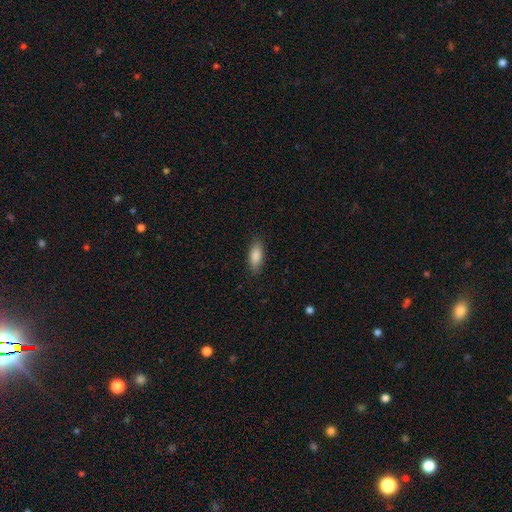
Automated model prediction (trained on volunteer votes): smooth_or_featured: smooth (p=0.86) [alt: featured or disk p=0.07]
how_rounded: in between (p=0.79) [alt: cigar-shaped p=0.19]
merging: none (p=0.87) [alt: minor disturbance p=0.10]